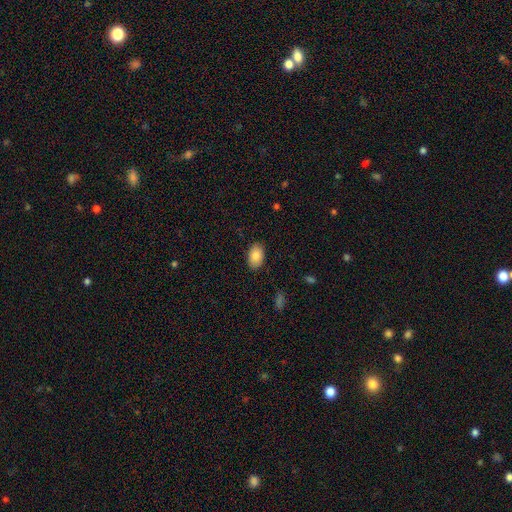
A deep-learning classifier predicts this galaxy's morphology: type=smooth (84%); roundness=in between (89%); merging=none (88%).